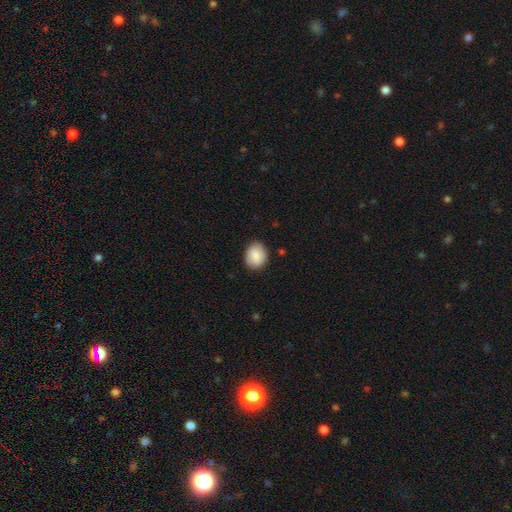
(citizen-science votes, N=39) Smooth or featured: smooth — 87% (featured or disk — 10%)
How rounded: round — 50% (tied with in between — 50%)
Merging: none — 87% (minor disturbance — 13%)